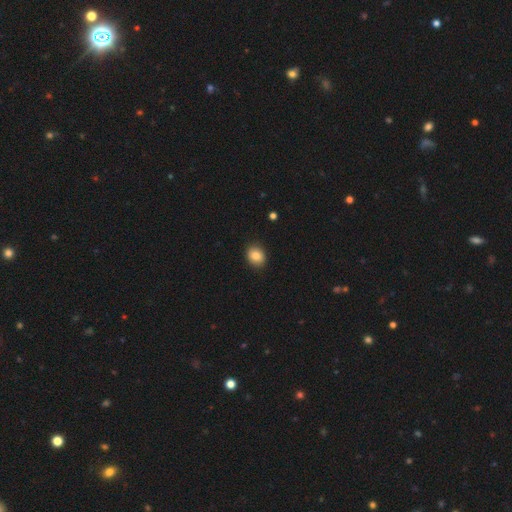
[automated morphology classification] Smooth or featured? smooth (85%)
How rounded? round (50%)
Merging? none (89%)